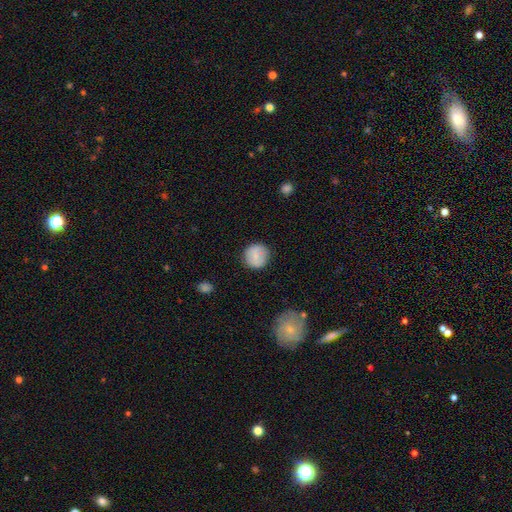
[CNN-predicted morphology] A smooth galaxy with no disk features (72%) that is round (91%). Merging: none (86%).